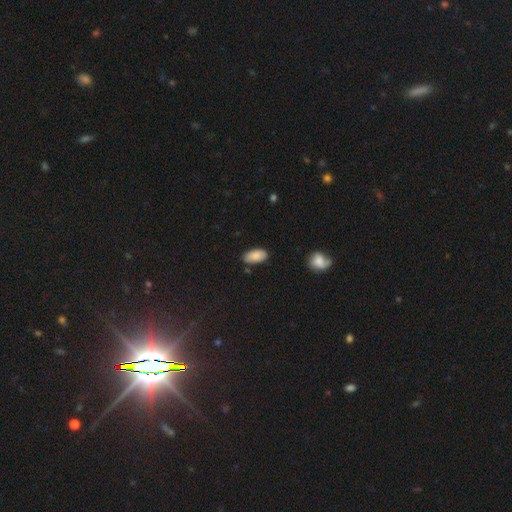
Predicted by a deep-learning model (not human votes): smooth-or-featured: smooth: 86% | star or artifact: 7% | featured or disk: 7%
  how-rounded: in between: 94% | cigar-shaped: 3% | round: 3%
  merging: none: 81% | minor disturbance: 14% | major disturbance: 3% | merger: 2%